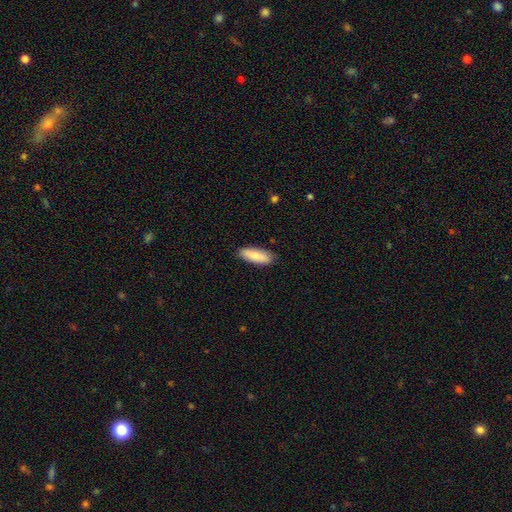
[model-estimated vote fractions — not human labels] smooth 84%, featured or disk 10%, star or artifact 6%. Down the decision tree: how rounded — in between (64%); merging — none (87%).